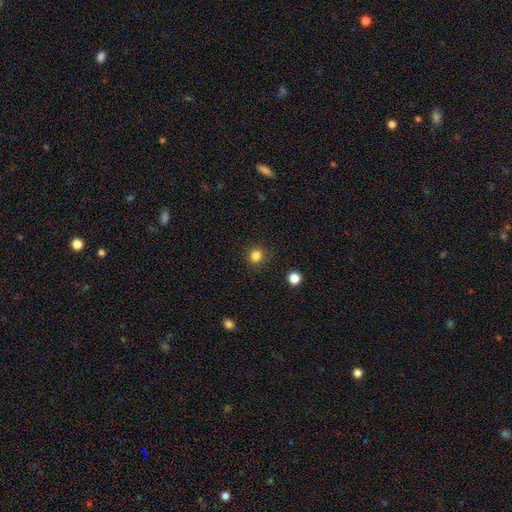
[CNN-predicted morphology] Q: Smooth or featured?
A: smooth (83%); runner-up: star or artifact (13%)
Q: How rounded?
A: round (89%); runner-up: in between (10%)
Q: Merging?
A: none (88%); runner-up: minor disturbance (8%)